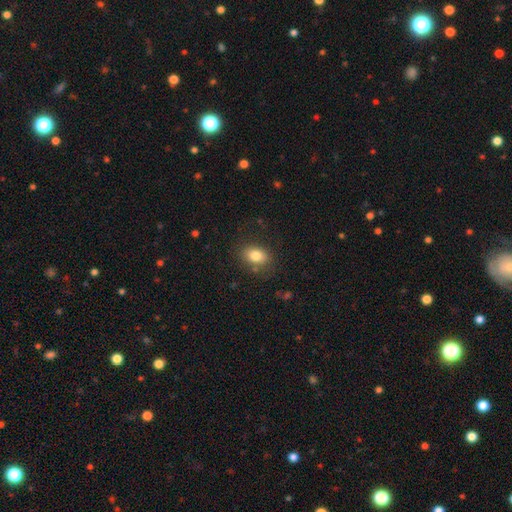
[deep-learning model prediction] Smooth or featured?
  - smooth: 81% *
  - featured or disk: 10%
  - star or artifact: 9%
How rounded?
  - in between: 81% *
  - round: 18%
  - cigar-shaped: 1%
Merging?
  - none: 78% *
  - minor disturbance: 14%
  - major disturbance: 5%
  - merger: 2%